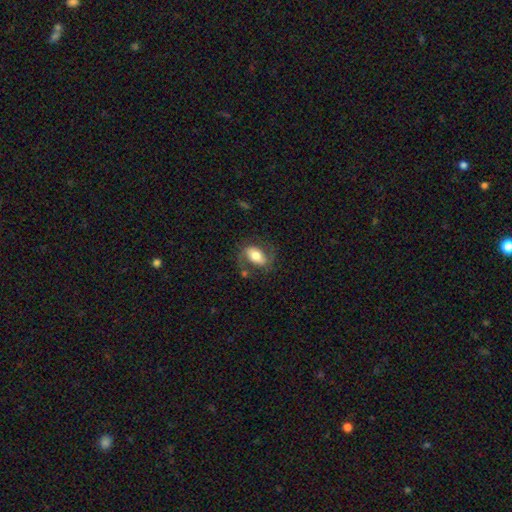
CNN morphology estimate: This is possibly a featured or disk galaxy (48%). Merging: likely none (63%).